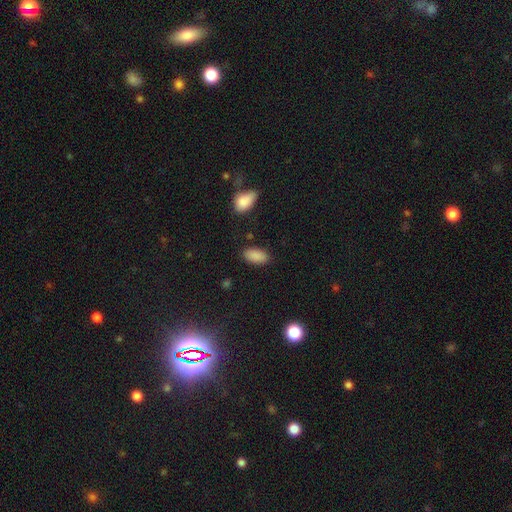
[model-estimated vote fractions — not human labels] smooth 89%, star or artifact 7%, featured or disk 4%. Down the decision tree: how rounded — in between (93%); merging — none (85%).